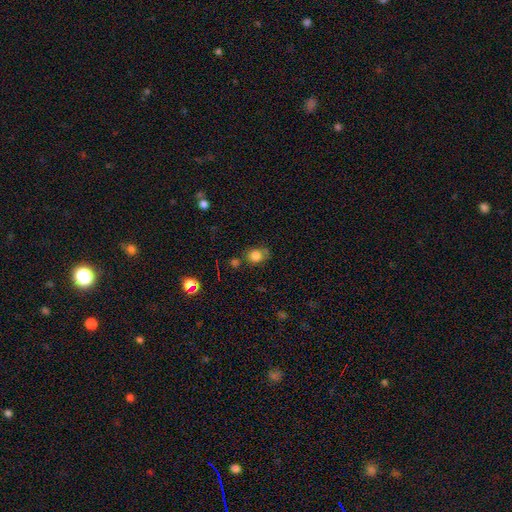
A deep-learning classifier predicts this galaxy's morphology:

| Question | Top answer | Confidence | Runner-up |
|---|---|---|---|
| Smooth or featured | smooth | 80% | star or artifact (12%) |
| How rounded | round | 64% | in between (35%) |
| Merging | none | 62% | minor disturbance (23%) |